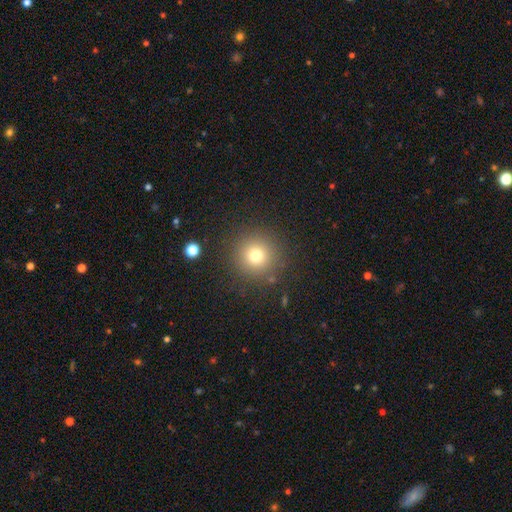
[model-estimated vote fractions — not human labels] Smooth or featured: smooth — 75% (star or artifact — 15%)
How rounded: round — 95% (in between — 4%)
Merging: none — 87% (minor disturbance — 7%)